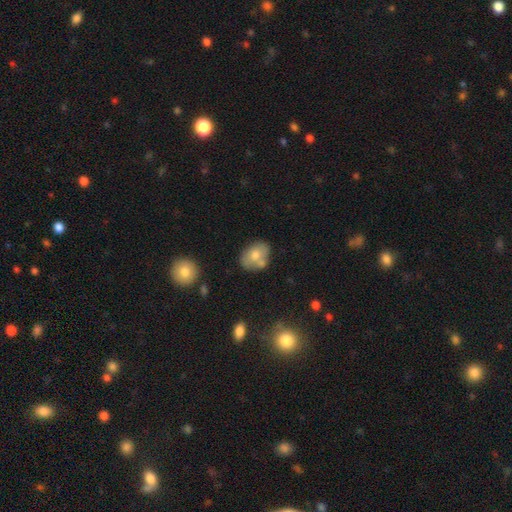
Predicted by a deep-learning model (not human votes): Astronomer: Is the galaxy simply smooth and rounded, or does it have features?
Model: smooth — 68%.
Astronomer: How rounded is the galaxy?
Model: in between — 67%.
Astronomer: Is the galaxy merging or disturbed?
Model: none — 56%.